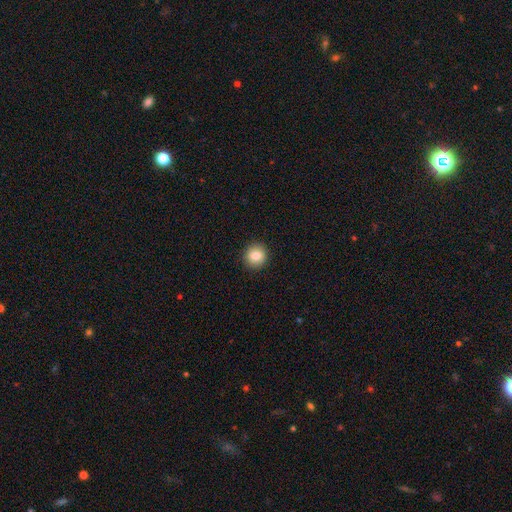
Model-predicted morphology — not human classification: smooth-or-featured: smooth: 83% | star or artifact: 9% | featured or disk: 7%
  how-rounded: round: 89% | in between: 10% | cigar-shaped: 1%
  merging: none: 91% | minor disturbance: 6% | major disturbance: 2% | merger: 1%